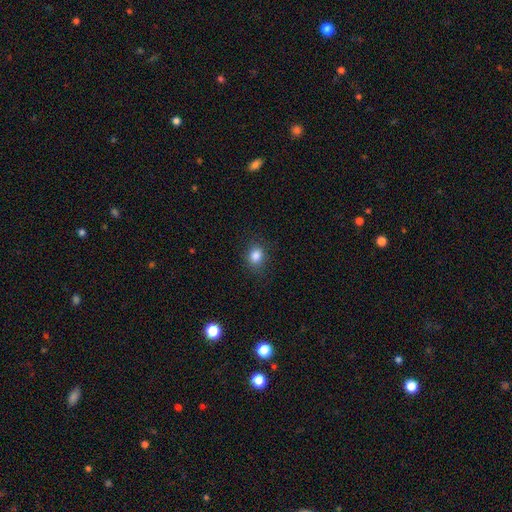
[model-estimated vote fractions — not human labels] This is clearly a smooth galaxy (85%). How rounded: possibly round (55%). Merging: clearly none (85%).